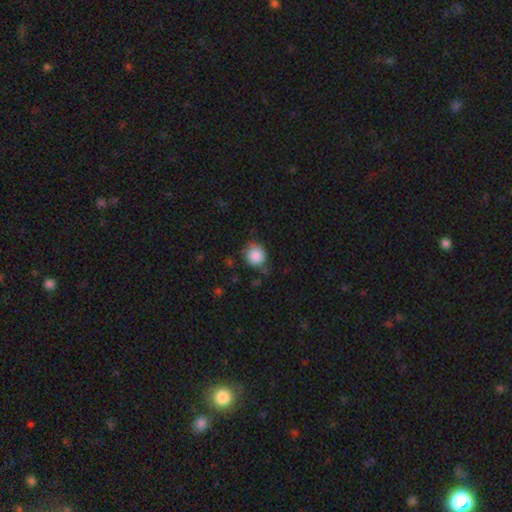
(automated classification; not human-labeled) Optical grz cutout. It shows a smooth galaxy with no disk features (87%) that is round (86%). Merging: none (67%).